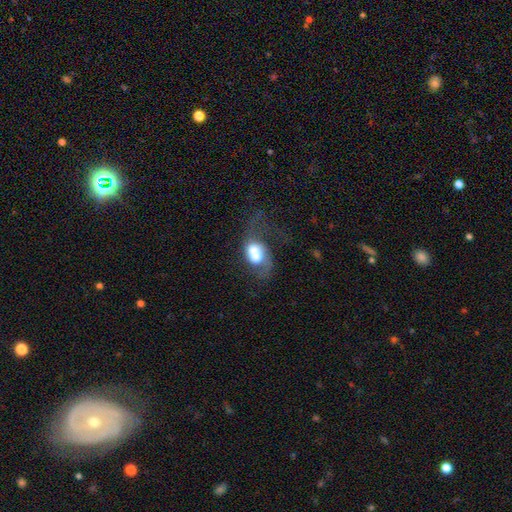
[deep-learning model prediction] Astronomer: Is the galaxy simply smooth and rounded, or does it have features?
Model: smooth — 46% (runner-up: featured or disk, 45%).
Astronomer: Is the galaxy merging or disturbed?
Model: merger — 52%.